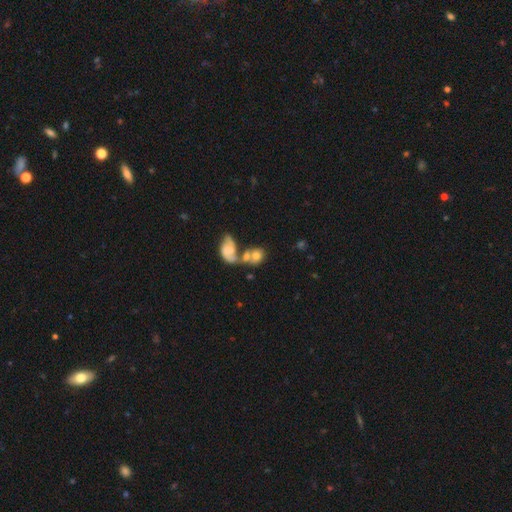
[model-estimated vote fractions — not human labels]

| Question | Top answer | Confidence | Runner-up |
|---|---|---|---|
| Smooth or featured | smooth | 60% | featured or disk (32%) |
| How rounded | in between | 56% | round (42%) |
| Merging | merger | 64% | none (20%) |